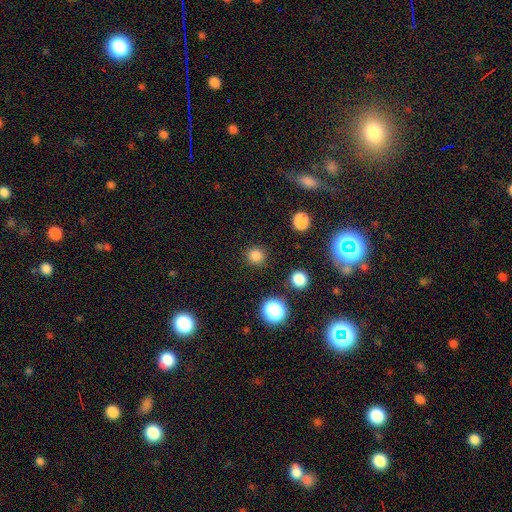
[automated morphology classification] This appears to be a smooth galaxy with no disk features (81%) that is round (92%). Merging: none (89%).